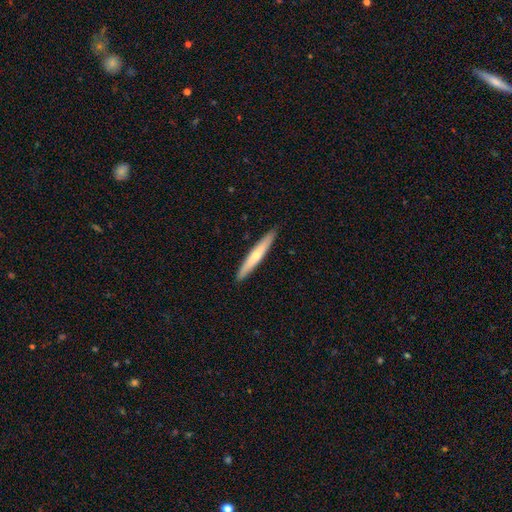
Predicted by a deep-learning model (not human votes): This appears to be a smooth galaxy with no disk features (52%) that is cigar-shaped (95%). Merging: none (91%).